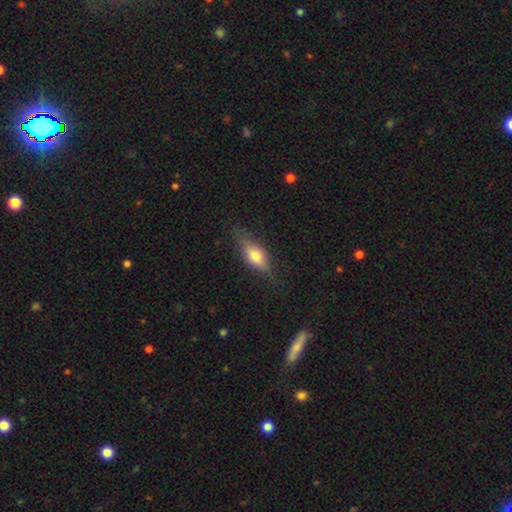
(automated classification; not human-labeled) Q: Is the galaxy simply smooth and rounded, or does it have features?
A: smooth — 59%.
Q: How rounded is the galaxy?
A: in between — 70%.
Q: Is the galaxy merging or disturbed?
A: none — 76%.